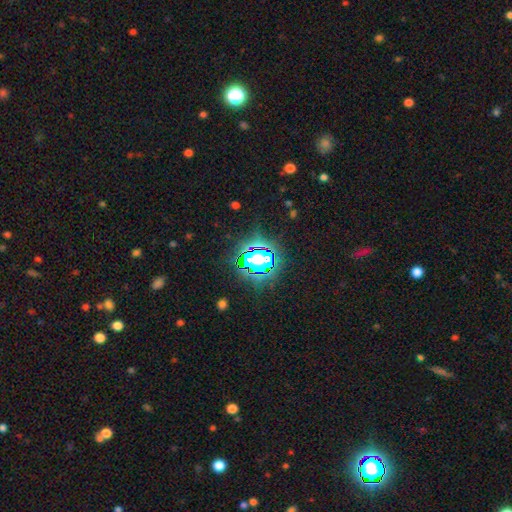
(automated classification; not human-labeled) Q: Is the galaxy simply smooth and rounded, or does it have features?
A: star or artifact — 79%.